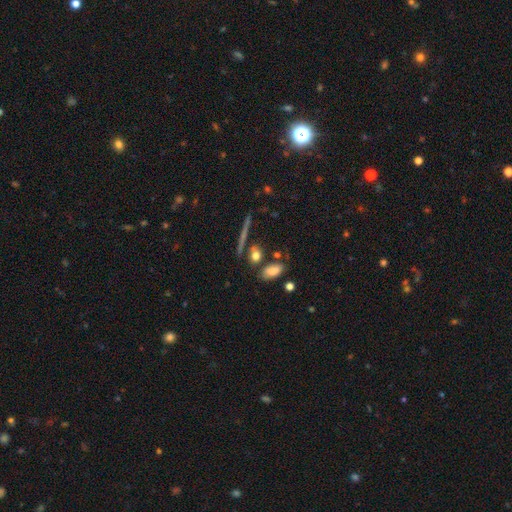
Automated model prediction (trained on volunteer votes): Smooth or featured? smooth (72%)
How rounded? in between (60%)
Merging? none (67%)